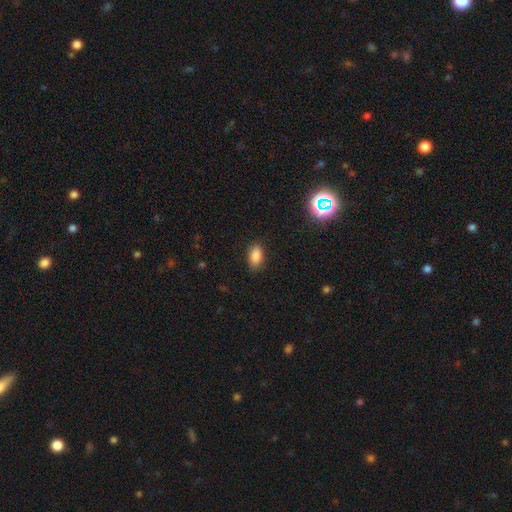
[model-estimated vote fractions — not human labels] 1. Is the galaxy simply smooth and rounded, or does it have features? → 86% smooth, 9% star or artifact, 4% featured or disk.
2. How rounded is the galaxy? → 91% in between, 6% round, 3% cigar-shaped.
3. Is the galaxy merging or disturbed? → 87% none, 10% minor disturbance, 2% major disturbance, 1% merger.